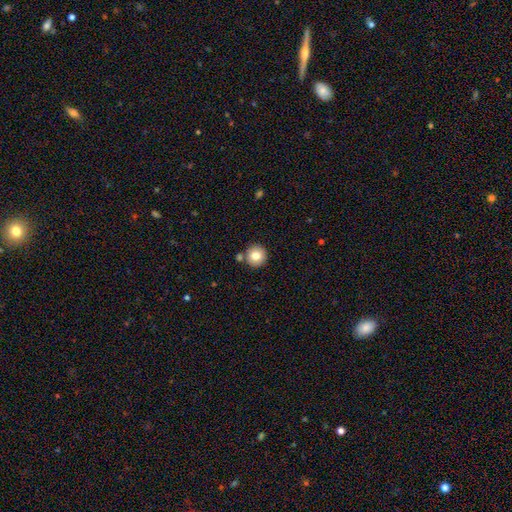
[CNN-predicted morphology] type=smooth (79%); roundness=round (95%); merging=none (81%).